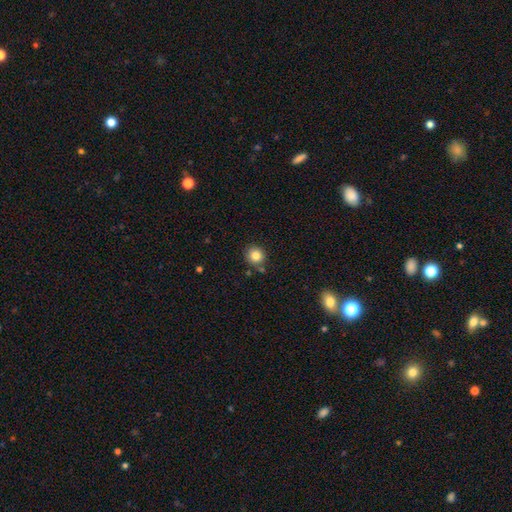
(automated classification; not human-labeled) The model was most divided on "merging": none: 80%, minor disturbance: 10%, merger: 8%, major disturbance: 3%. More confident: how rounded — round (92%); smooth or featured — smooth (83%).